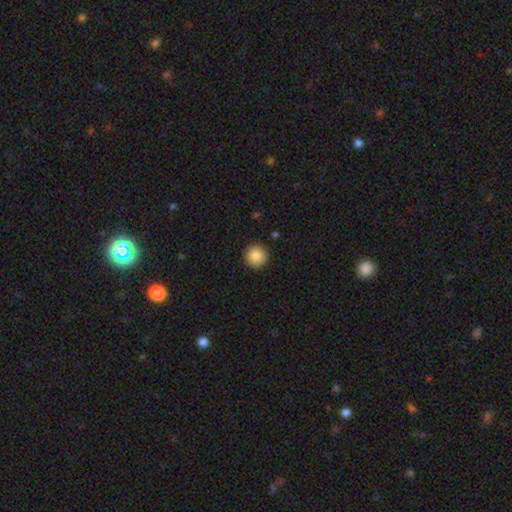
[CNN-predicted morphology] Smooth or featured: smooth — 86% (star or artifact — 9%)
How rounded: round — 96% (in between — 3%)
Merging: none — 92% (minor disturbance — 5%)